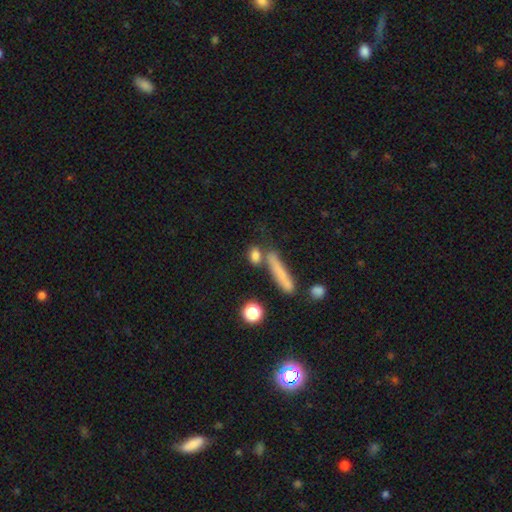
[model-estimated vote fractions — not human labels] Smooth or featured? Predicted: smooth (p=0.76). How rounded? Predicted: in between (p=0.44). Merging? Predicted: none (p=0.59).